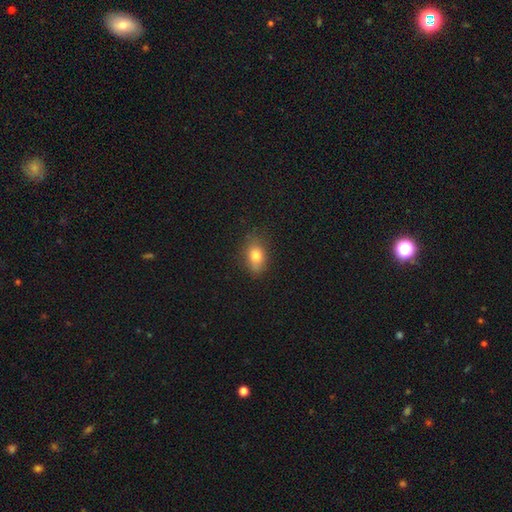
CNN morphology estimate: Smooth or featured? smooth (80%)
How rounded? in between (76%)
Merging? none (74%)